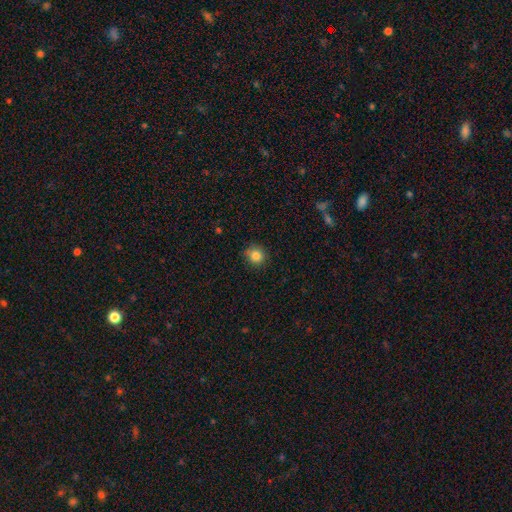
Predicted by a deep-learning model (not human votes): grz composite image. It shows a smooth galaxy with no disk features (84%) that is round (89%). Merging: none (85%).